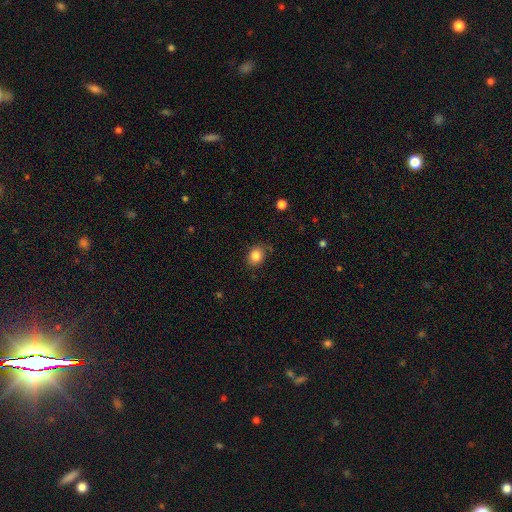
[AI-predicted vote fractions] The model was most divided on "how rounded": round: 59%, in between: 40%, cigar-shaped: 1%. More confident: smooth or featured — smooth (84%); merging — none (82%).